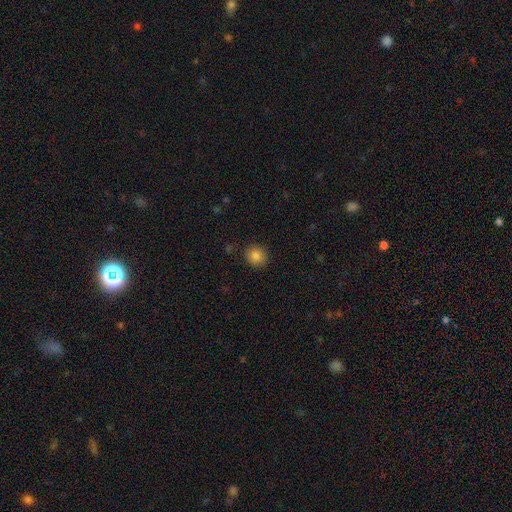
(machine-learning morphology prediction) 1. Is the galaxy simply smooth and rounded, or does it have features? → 85% smooth, 10% star or artifact, 5% featured or disk.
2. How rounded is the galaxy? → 83% round, 16% in between, 1% cigar-shaped.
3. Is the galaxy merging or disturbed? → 88% none, 8% minor disturbance, 2% major disturbance, 1% merger.